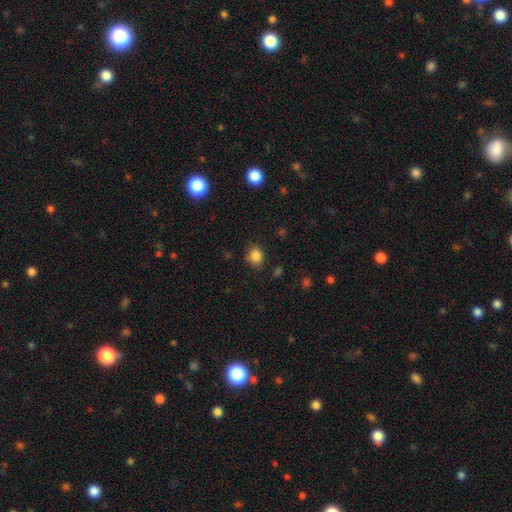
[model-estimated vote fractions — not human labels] smooth_or_featured: smooth (p=0.85) [alt: star or artifact p=0.11]
how_rounded: round (p=0.66) [alt: in between p=0.33]
merging: none (p=0.83) [alt: minor disturbance p=0.12]